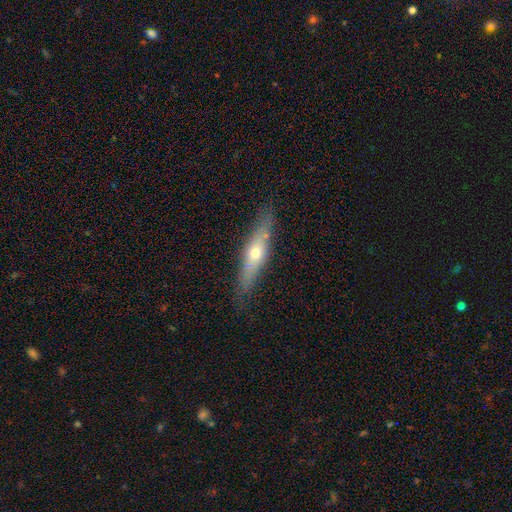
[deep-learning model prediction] A featured or disk galaxy (59%) viewed edge-on (83%). Merging: none (85%).